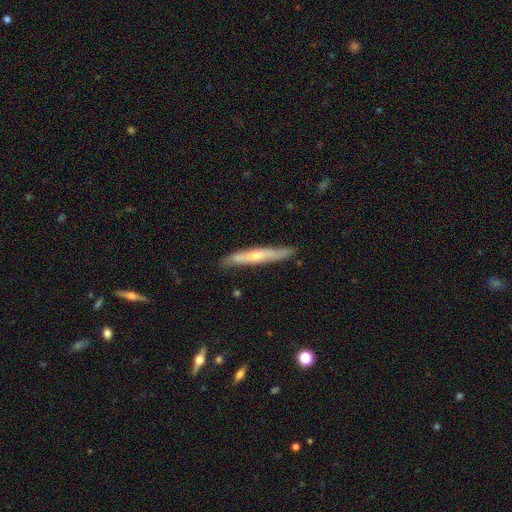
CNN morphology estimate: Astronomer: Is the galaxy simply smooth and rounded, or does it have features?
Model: featured or disk — 53% (runner-up: smooth, 41%).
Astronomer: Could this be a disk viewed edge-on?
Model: yes — 84%.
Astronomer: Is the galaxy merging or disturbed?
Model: none — 81%.